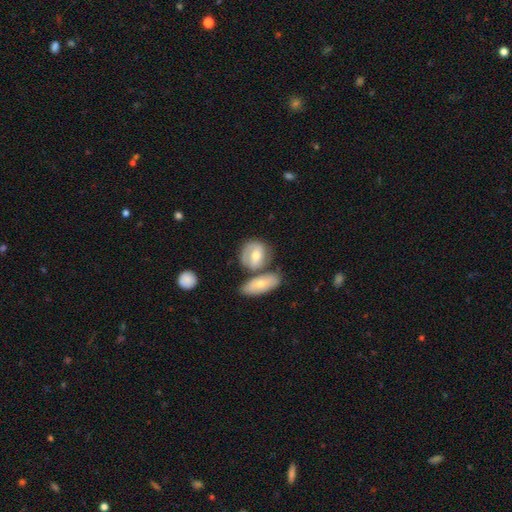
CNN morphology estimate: Smooth or featured? Predicted: smooth (p=0.49). Merging? Predicted: none (p=0.46).